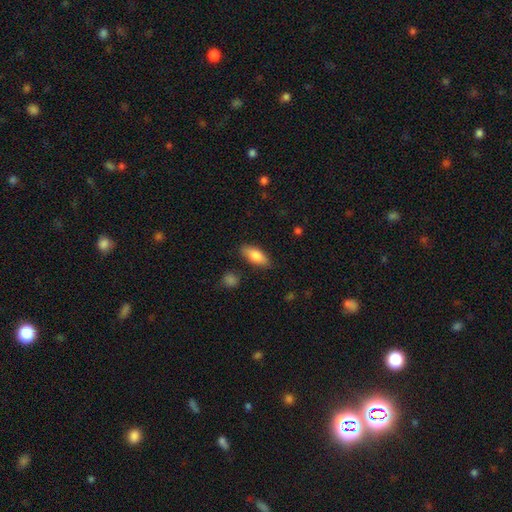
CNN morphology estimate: This is clearly a smooth galaxy (80%). How rounded: clearly in between (81%). Merging: clearly none (85%).